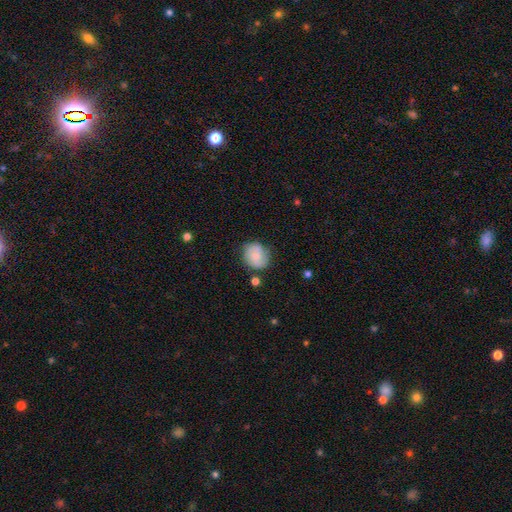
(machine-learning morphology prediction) Smooth or featured? Predicted: smooth (p=0.60). How rounded? Predicted: round (p=0.76). Merging? Predicted: none (p=0.72).